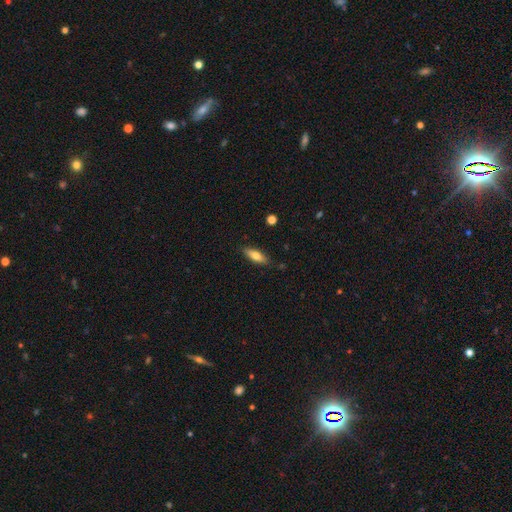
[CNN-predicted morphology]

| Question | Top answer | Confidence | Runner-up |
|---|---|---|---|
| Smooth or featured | smooth | 72% | featured or disk (22%) |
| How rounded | in between | 53% | cigar-shaped (44%) |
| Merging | none | 85% | minor disturbance (11%) |